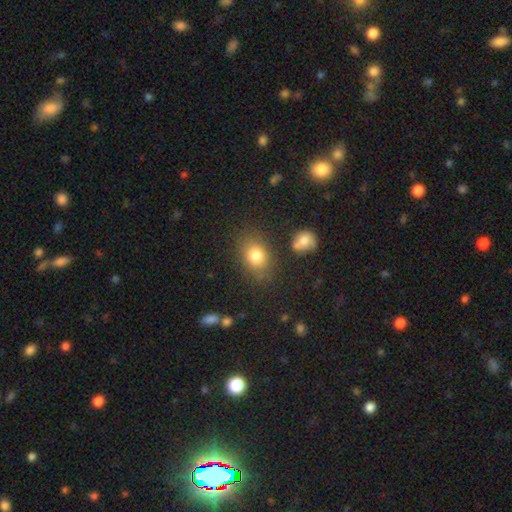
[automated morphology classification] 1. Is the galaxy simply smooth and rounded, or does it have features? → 80% smooth, 11% star or artifact, 9% featured or disk.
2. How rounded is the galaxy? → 64% in between, 34% round, 2% cigar-shaped.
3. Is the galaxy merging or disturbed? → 75% none, 15% minor disturbance, 5% merger, 5% major disturbance.